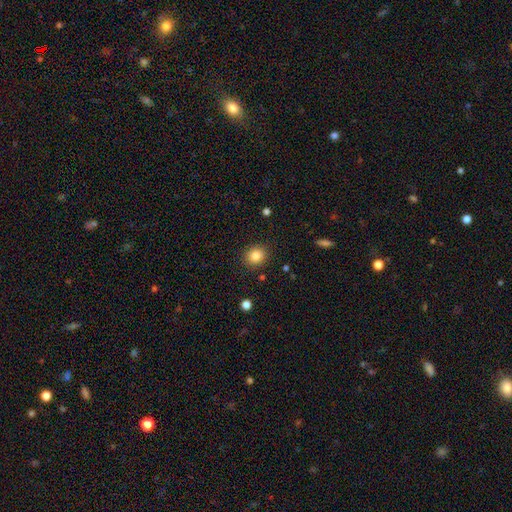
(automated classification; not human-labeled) This is clearly a smooth galaxy (84%). How rounded: likely round (74%). Merging: clearly none (89%).